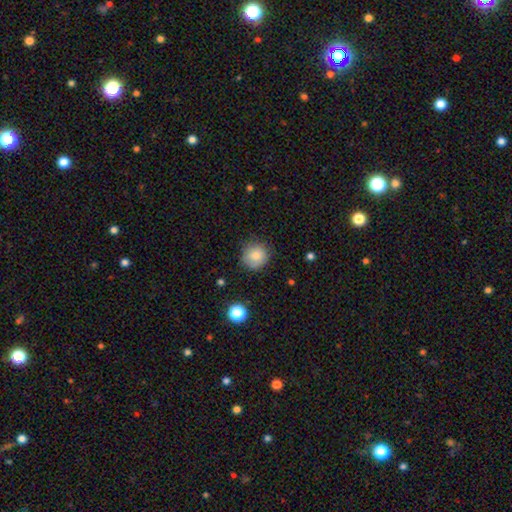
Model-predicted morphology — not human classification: This appears to be a smooth galaxy with no disk features (82%) that is round (89%). Merging: none (77%).